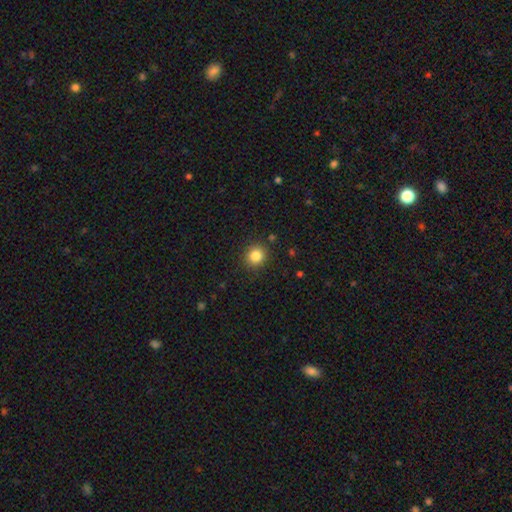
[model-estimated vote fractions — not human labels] Smooth or featured? Predicted: smooth (p=0.84). How rounded? Predicted: round (p=0.87). Merging? Predicted: none (p=0.90).